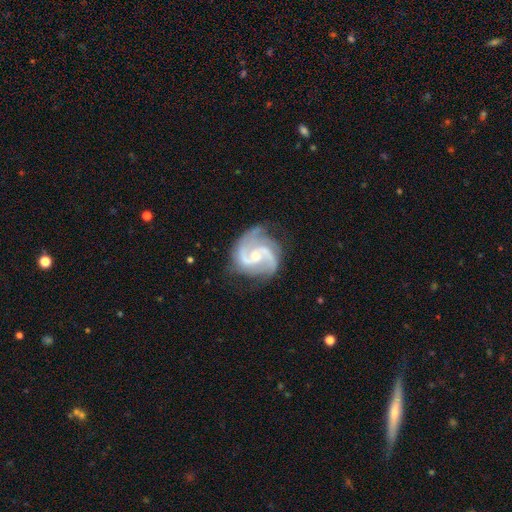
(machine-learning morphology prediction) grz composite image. It shows a featured or disk galaxy (92%) with no bar (48%), 2 (81%) medium (59%) spiral arms (98%) and a small central bulge (51%). Merging: none (72%).